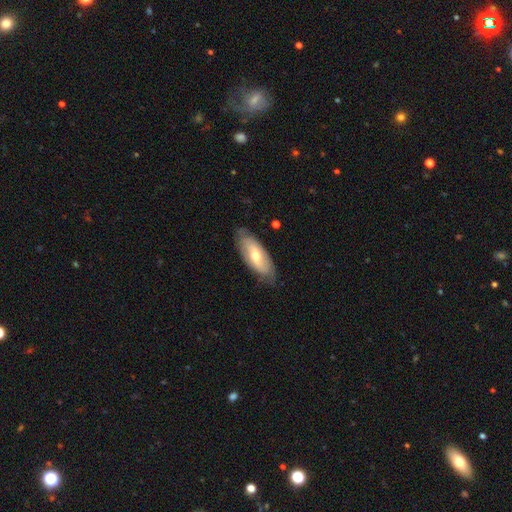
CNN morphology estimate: Q: Smooth or featured?
A: smooth (50%); runner-up: featured or disk (44%)
Q: How rounded?
A: in between (81%); runner-up: cigar-shaped (17%)
Q: Merging?
A: none (76%); runner-up: minor disturbance (19%)